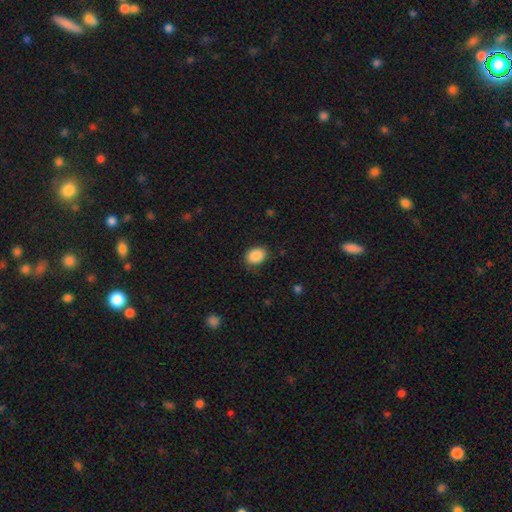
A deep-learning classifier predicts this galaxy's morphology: The model was most divided on "how rounded": in between: 63%, round: 36%, cigar-shaped: 1%. More confident: smooth or featured — smooth (88%); merging — none (80%).